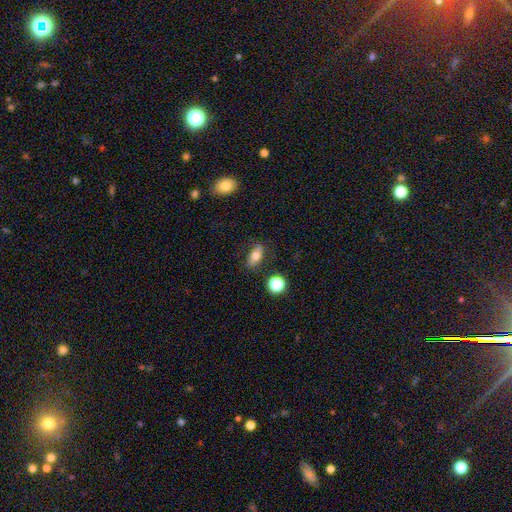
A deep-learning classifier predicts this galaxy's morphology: smooth-or-featured: smooth: 69% | featured or disk: 21% | star or artifact: 11%
  how-rounded: in between: 72% | cigar-shaped: 18% | round: 10%
  merging: none: 78% | minor disturbance: 15% | major disturbance: 4% | merger: 3%